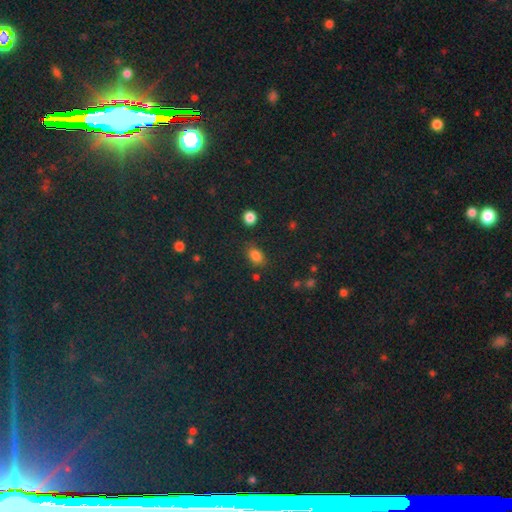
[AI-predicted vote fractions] A smooth galaxy with no disk features (81%) that is in between round and cigar-shaped (75%). Merging: none (79%).